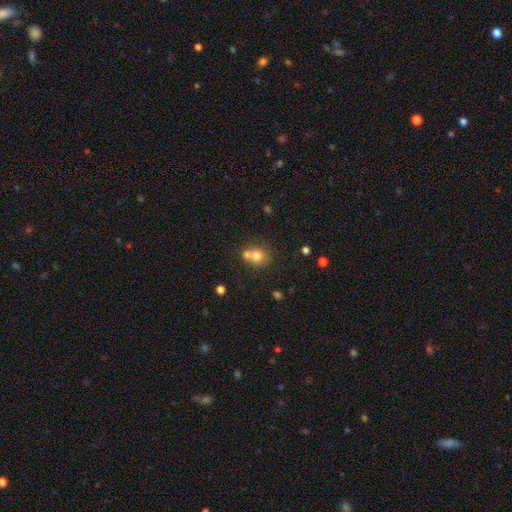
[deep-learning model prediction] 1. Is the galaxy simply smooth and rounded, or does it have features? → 74% smooth, 14% featured or disk, 12% star or artifact.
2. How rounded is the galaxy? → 75% round, 24% in between, 1% cigar-shaped.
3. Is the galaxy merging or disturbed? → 43% none (tied), 43% merger (tied), 10% minor disturbance, 4% major disturbance.